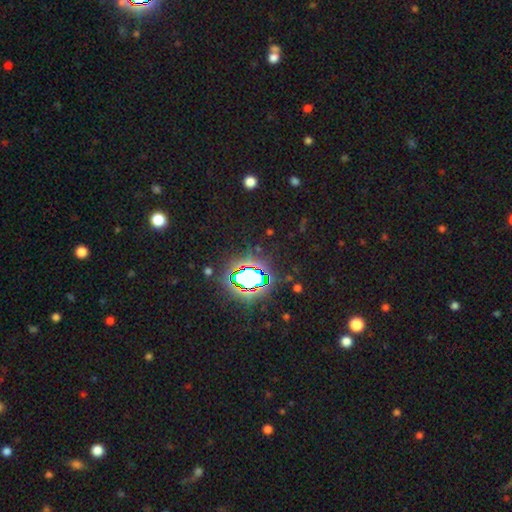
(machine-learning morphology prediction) smooth-or-featured: star or artifact: 83% | smooth: 10% | featured or disk: 7%